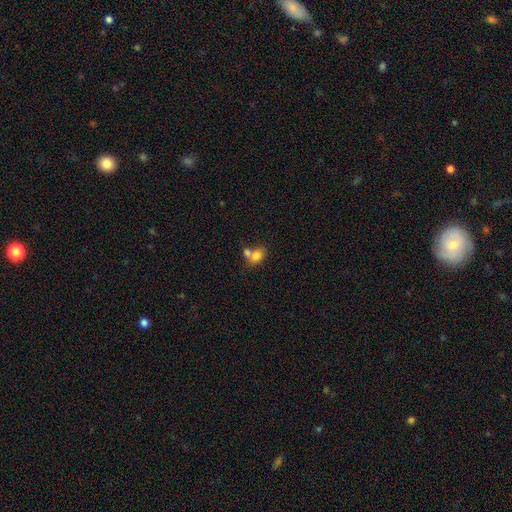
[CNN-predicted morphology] This appears to be a smooth galaxy with no disk features (79%) that is in between round and cigar-shaped (67%). Merging: merger (53%).